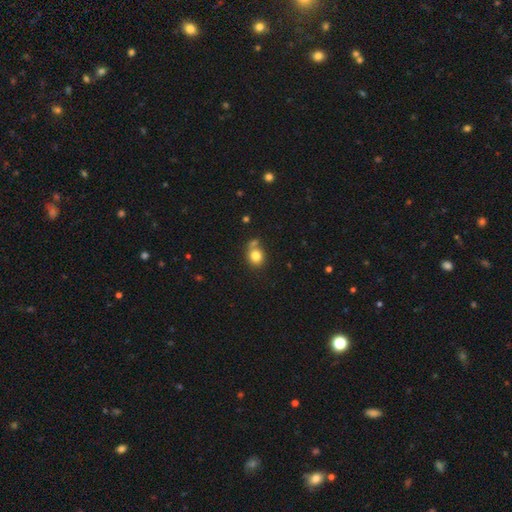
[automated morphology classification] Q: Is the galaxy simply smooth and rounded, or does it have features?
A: smooth — 81%.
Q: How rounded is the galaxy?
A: round — 73%.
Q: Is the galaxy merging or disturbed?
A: none — 56%.